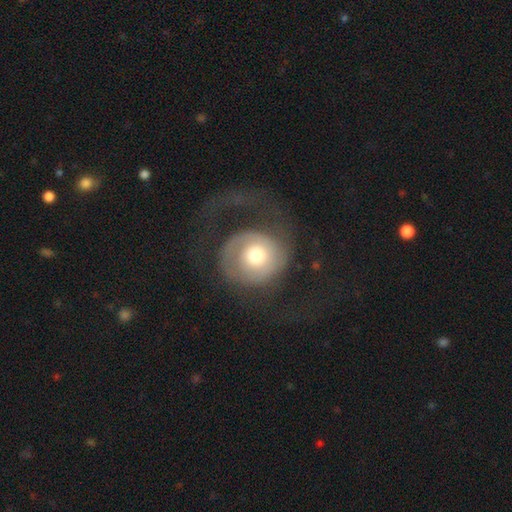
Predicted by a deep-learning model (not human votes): Smooth or featured?
  - featured or disk: 61% *
  - smooth: 32%
  - star or artifact: 6%
Edge-on disk?
  - no: 97% *
  - yes: 3%
Bar?
  - no: 81% *
  - weak: 15%
  - strong: 3%
Spiral arms?
  - yes: 74% *
  - no: 26%
Bulge size?
  - moderate: 64% *
  - large: 23%
  - small: 8%
  - dominant: 3%
  - none: 1%
Merging?
  - none: 43% *
  - major disturbance: 42%
  - minor disturbance: 14%
  - merger: 2%